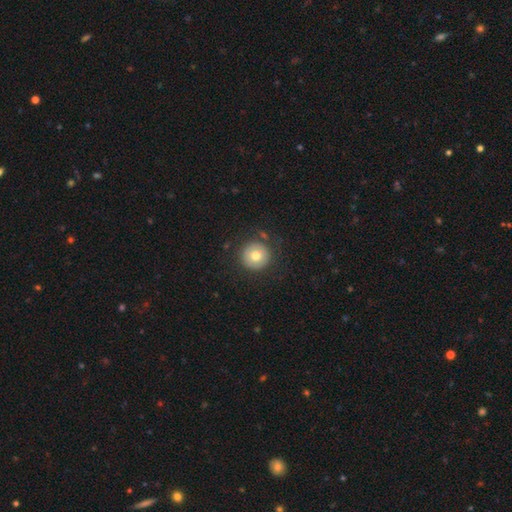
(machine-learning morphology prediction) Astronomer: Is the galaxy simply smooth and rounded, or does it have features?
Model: smooth — 71%.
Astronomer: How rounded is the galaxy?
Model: round — 95%.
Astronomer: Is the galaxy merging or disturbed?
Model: none — 83%.